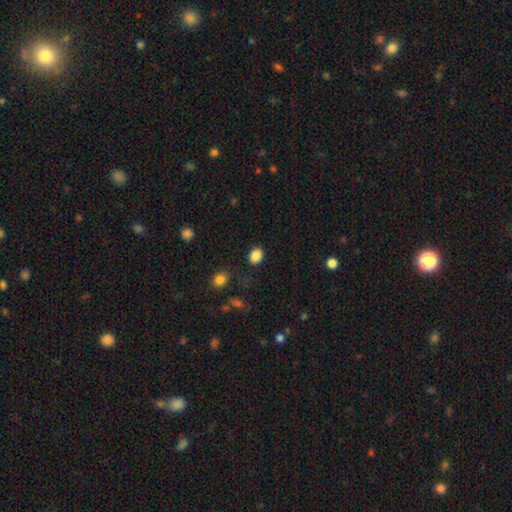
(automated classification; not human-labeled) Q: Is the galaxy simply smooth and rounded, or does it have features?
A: smooth — 87%.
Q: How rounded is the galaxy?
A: in between — 57%.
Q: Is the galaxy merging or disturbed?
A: none — 84%.